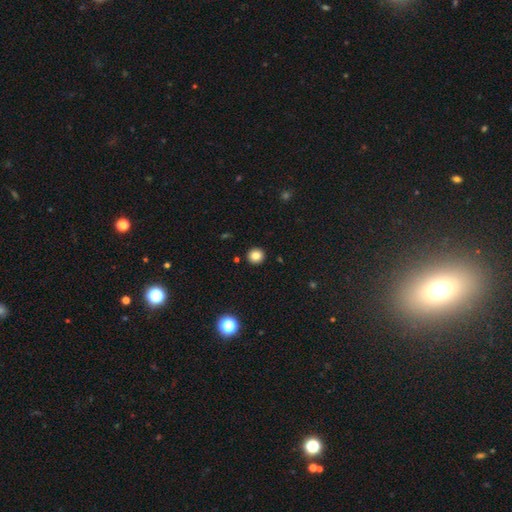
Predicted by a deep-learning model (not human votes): Smooth or featured?
  - smooth: 83% *
  - star or artifact: 12%
  - featured or disk: 6%
How rounded?
  - round: 94% *
  - in between: 5%
  - cigar-shaped: 1%
Merging?
  - none: 93% *
  - minor disturbance: 5%
  - major disturbance: 2%
  - merger: 1%